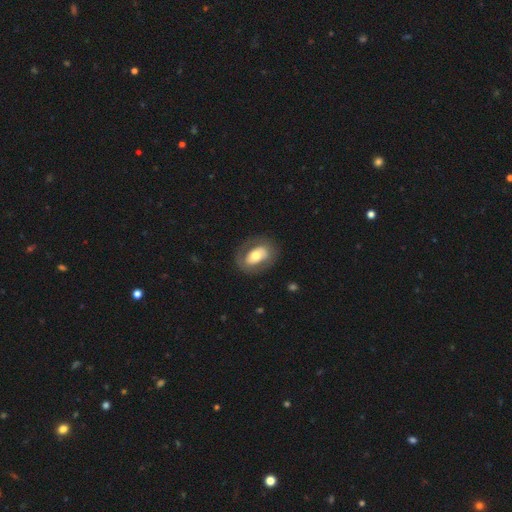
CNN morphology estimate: Smooth or featured? Predicted: smooth (p=0.50). Merging? Predicted: none (p=0.75).